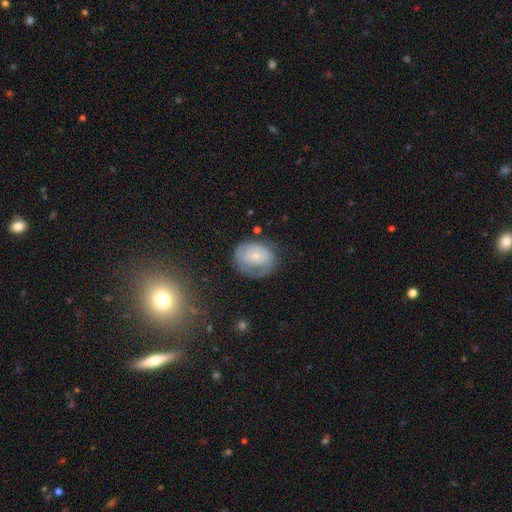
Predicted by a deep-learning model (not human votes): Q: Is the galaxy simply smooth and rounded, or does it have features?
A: featured or disk — 53%.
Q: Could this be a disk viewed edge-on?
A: no — 97%.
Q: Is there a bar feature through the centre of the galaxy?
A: no — 78%.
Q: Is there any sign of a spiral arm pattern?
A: yes — 75%.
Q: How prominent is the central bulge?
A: small — 70%.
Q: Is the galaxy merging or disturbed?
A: none — 58%.